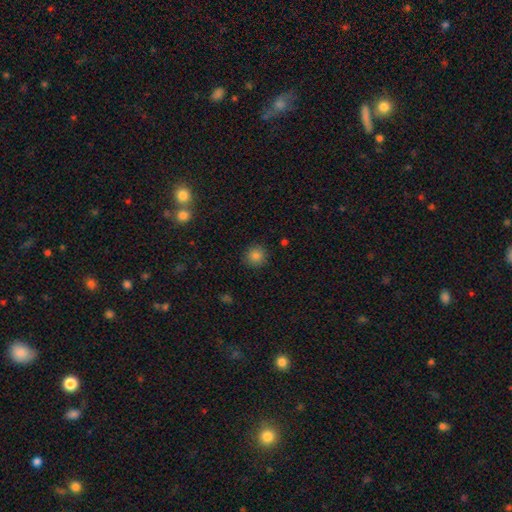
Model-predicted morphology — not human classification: This appears to be a smooth galaxy with no disk features (83%) that is round (93%). Merging: none (90%).